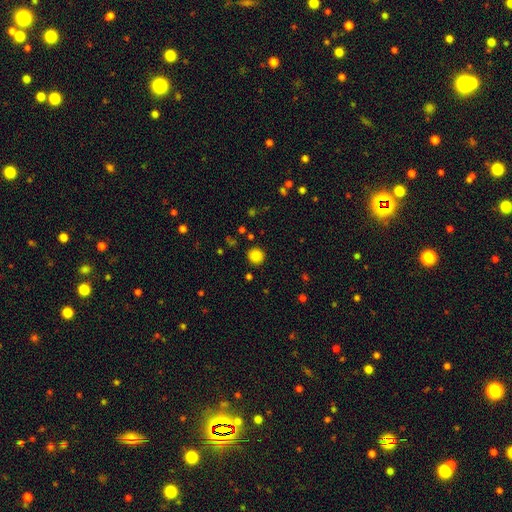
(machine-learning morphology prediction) This is clearly a smooth galaxy (85%). How rounded: clearly round (92%). Merging: clearly none (89%).